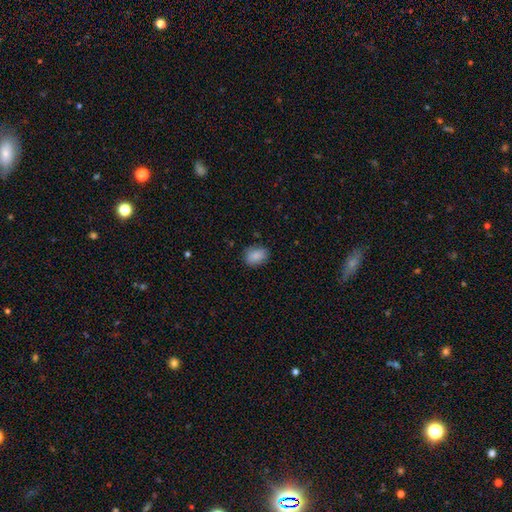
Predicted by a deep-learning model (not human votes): This appears to be a smooth galaxy with no disk features (86%) that is in between round and cigar-shaped (68%). Merging: none (78%).